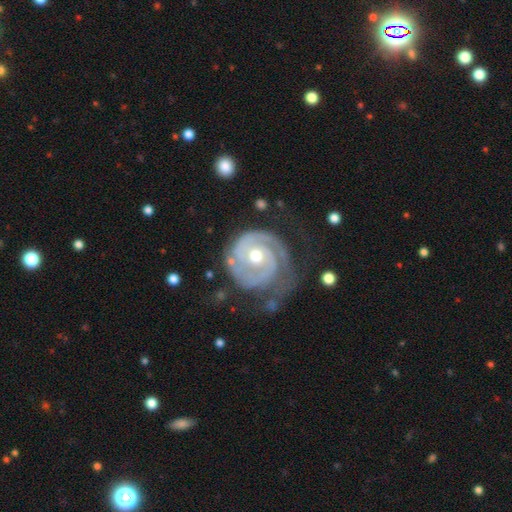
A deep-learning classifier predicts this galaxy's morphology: featured or disk 91%, smooth 6%, star or artifact 4%. Down the decision tree: edge-on disk — no (98%); bar — no (69%); spiral arms — yes (97%); spiral arm count — 2 (61%); spiral winding — tight (77%); bulge size — moderate (71%); merging — none (65%).